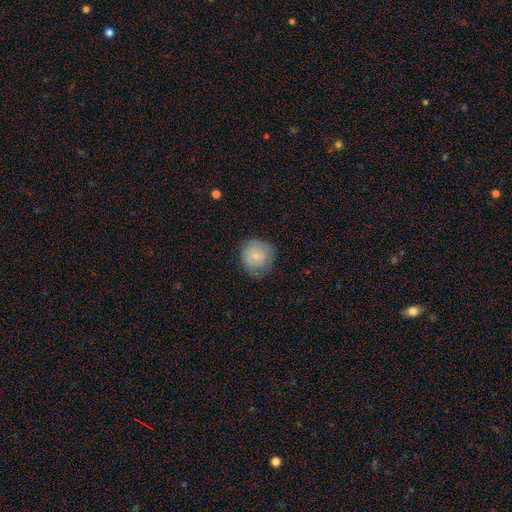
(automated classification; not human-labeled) A smooth galaxy with no disk features (70%) that is round (91%). Merging: none (66%).